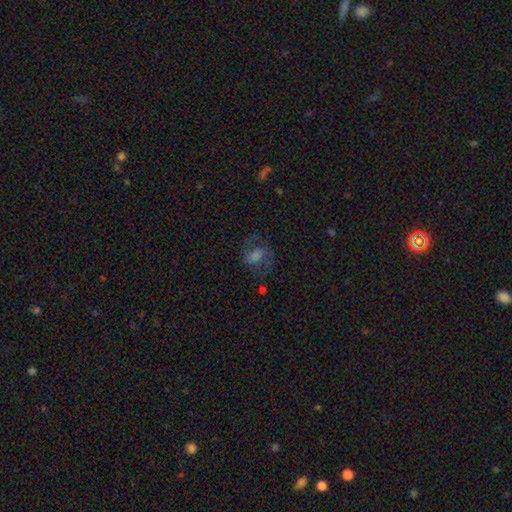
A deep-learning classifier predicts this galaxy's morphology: This is likely a featured or disk galaxy (62%). It is clearly not viewed edge-on (97%). Bar: possibly weak (49%). Spiral arm pattern: clearly yes (88%). Spiral arm count: clearly 2 (88%). Spiral winding: possibly medium (54%). Central bulge: marginally moderate (36%). Merging: likely none (67%).